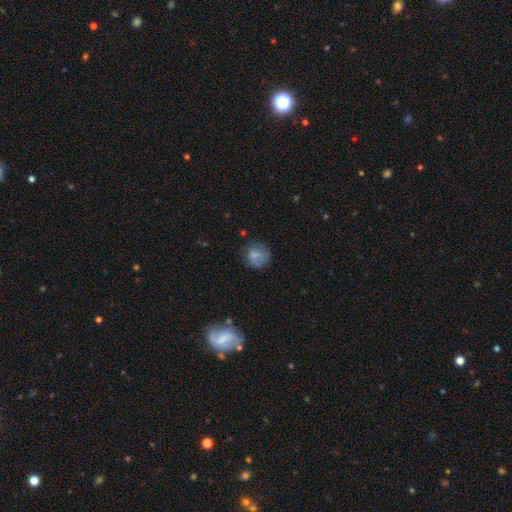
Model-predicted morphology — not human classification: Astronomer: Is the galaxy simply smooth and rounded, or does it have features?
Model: smooth — 67%.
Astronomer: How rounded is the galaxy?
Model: round — 81%.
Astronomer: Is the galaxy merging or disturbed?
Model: none — 56%.